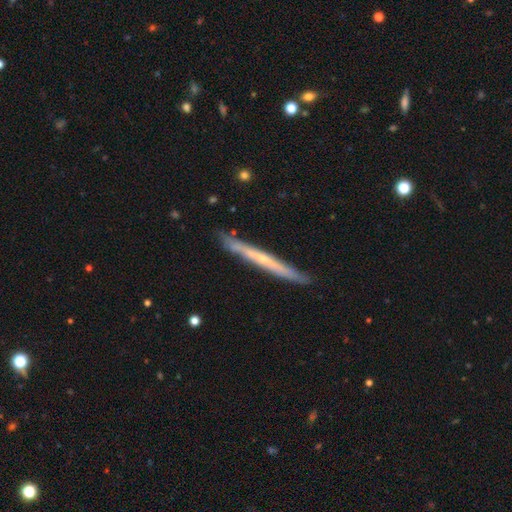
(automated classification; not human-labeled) A featured or disk galaxy (66%) viewed edge-on (94%) with no central bulge (56%). Merging: none (87%).